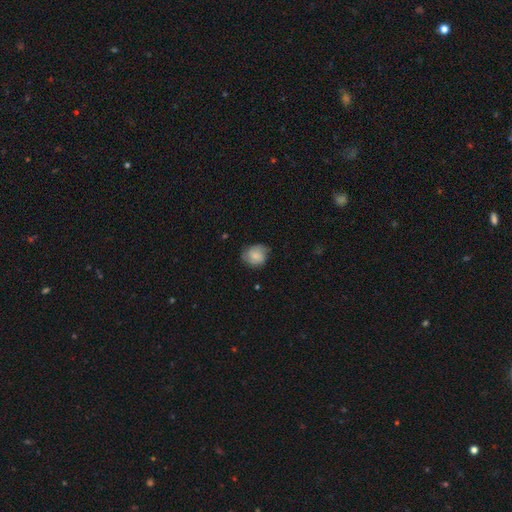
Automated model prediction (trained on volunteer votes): Smooth or featured: smooth — 68% (featured or disk — 24%)
How rounded: round — 67% (in between — 32%)
Merging: none — 67% (minor disturbance — 25%)